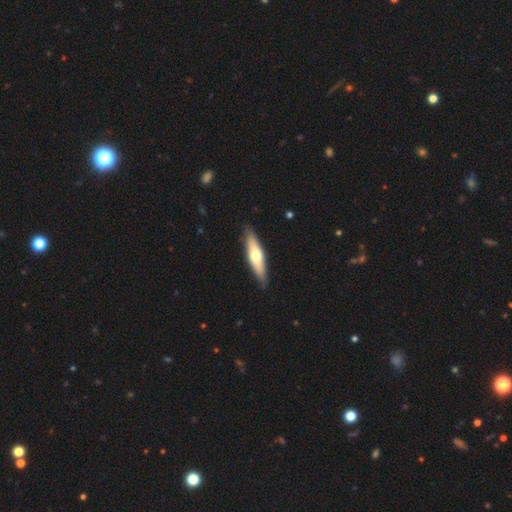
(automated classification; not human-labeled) Morphology: type=smooth (51%); roundness=cigar-shaped (72%); merging=none (88%).